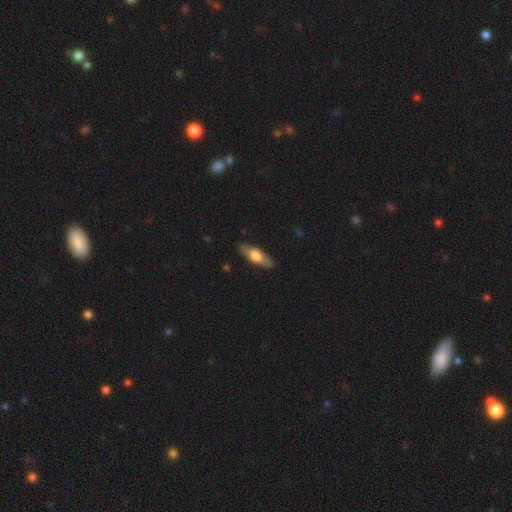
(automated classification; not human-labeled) smooth 59%, featured or disk 36%, star or artifact 5%. Down the decision tree: how rounded — in between (59%); merging — none (85%).